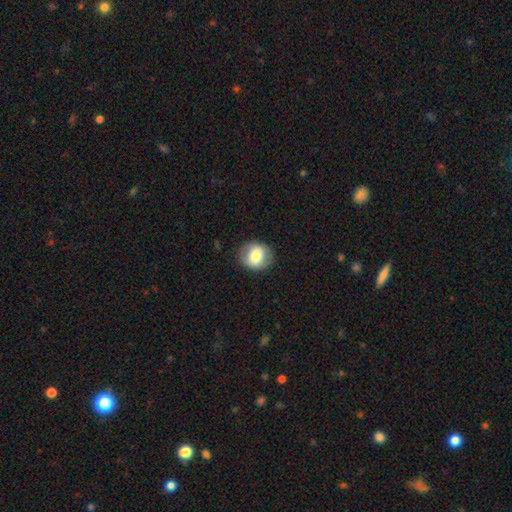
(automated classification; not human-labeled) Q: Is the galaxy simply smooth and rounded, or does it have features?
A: smooth — 74%.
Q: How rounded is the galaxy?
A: round — 72%.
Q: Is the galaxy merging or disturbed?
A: none — 83%.